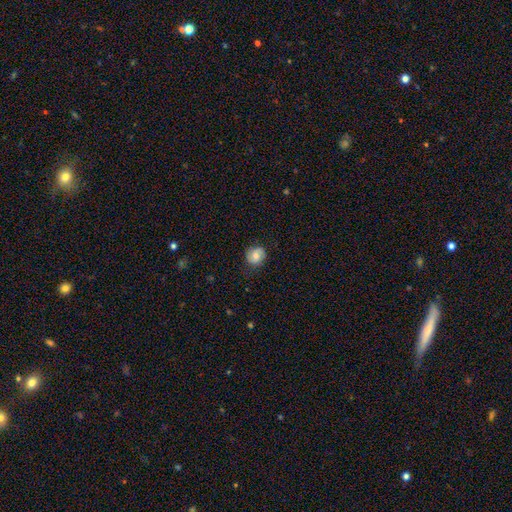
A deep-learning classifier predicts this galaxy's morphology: The model was most divided on "smooth or featured": smooth: 67%, featured or disk: 24%, star or artifact: 9%. More confident: merging — none (77%); how rounded — round (73%).